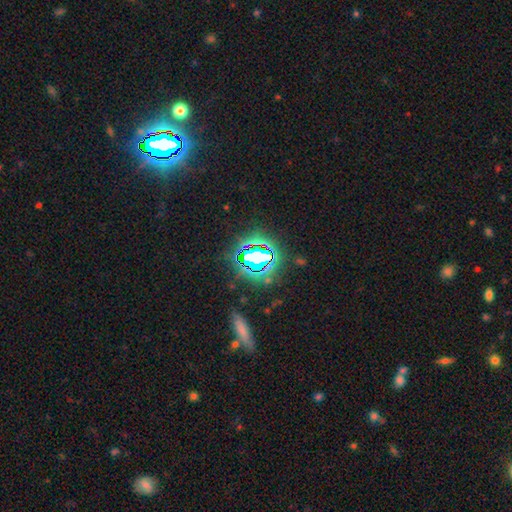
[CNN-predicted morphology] Smooth or featured? Predicted: star or artifact (p=0.74).